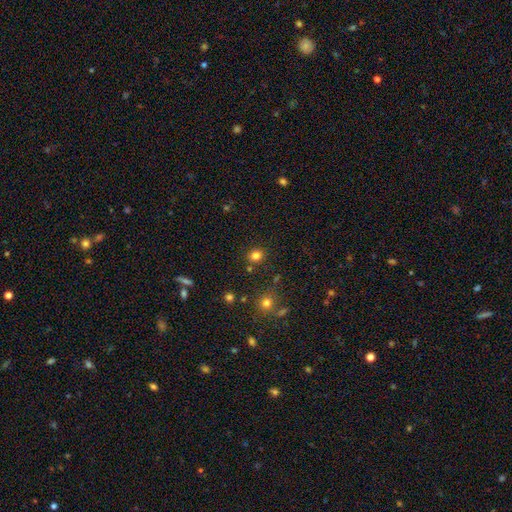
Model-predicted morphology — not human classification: Smooth or featured?
  - smooth: 81% *
  - star or artifact: 14%
  - featured or disk: 5%
How rounded?
  - round: 80% *
  - in between: 19%
  - cigar-shaped: 1%
Merging?
  - none: 85% *
  - minor disturbance: 8%
  - merger: 4%
  - major disturbance: 3%